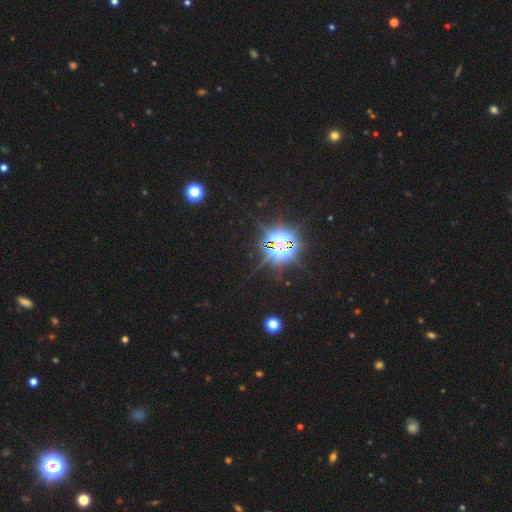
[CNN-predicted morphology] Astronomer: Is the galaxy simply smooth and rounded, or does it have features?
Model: star or artifact — 82%.